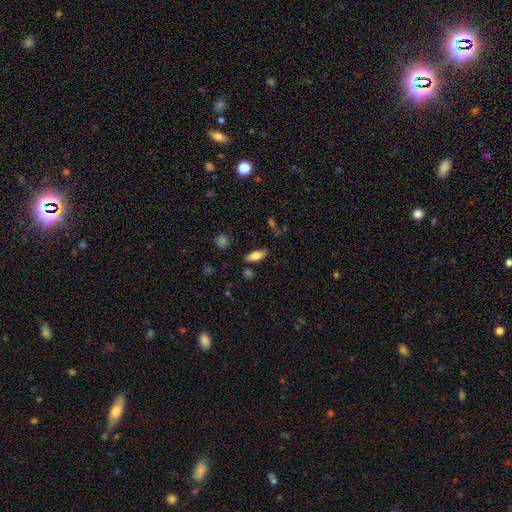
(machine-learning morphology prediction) Smooth or featured?
  - smooth: 70% *
  - featured or disk: 23%
  - star or artifact: 8%
How rounded?
  - in between: 76% *
  - cigar-shaped: 21%
  - round: 3%
Merging?
  - none: 81% *
  - minor disturbance: 13%
  - merger: 3%
  - major disturbance: 3%